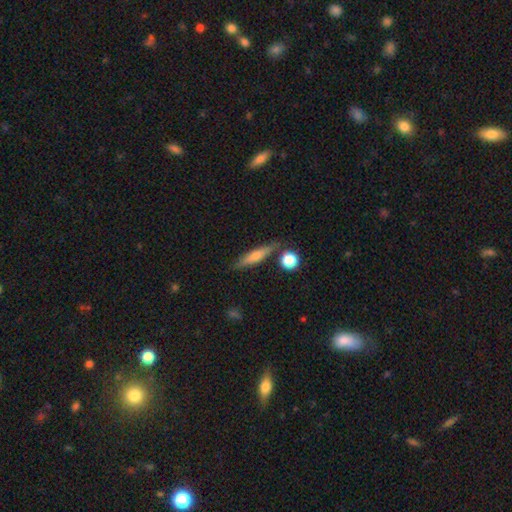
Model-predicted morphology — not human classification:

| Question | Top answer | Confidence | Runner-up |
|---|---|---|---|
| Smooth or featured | smooth | 56% | featured or disk (36%) |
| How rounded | cigar-shaped | 82% | in between (15%) |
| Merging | none | 80% | minor disturbance (12%) |